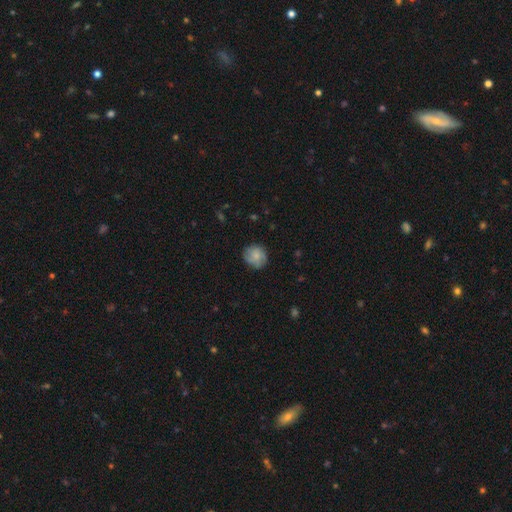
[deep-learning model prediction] Overall: smooth (67%). How rounded: round (84%). Merging: none (78%).